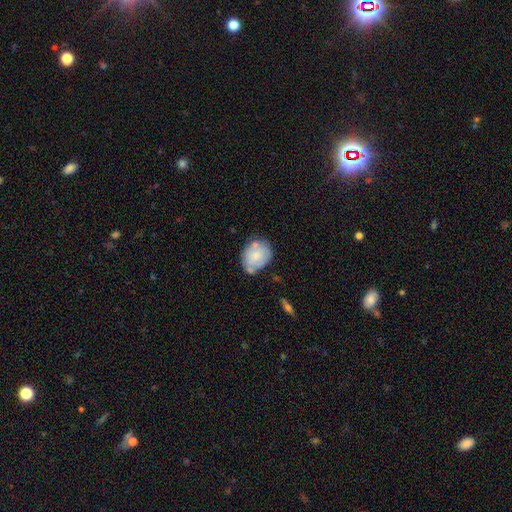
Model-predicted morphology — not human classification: A smooth galaxy with no disk features (71%) that is in between round and cigar-shaped (52%).

Vote fractions:
- Smooth or featured? smooth: 71% / featured or disk: 22% / star or artifact: 7%
- How rounded? in between: 52% / round: 47% / cigar-shaped: 1%
- Merging? none: 53% / minor disturbance: 26% / merger: 14% / major disturbance: 8%